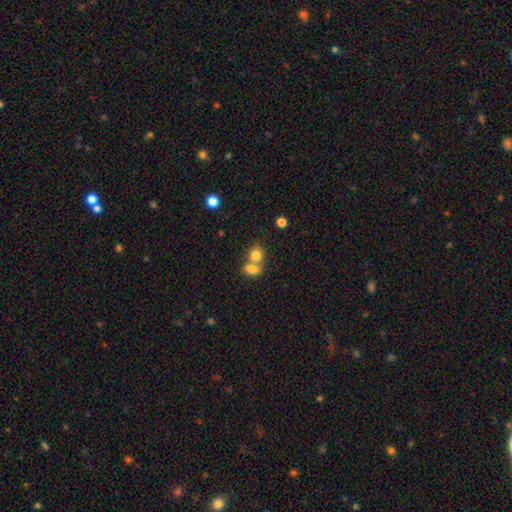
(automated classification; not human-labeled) A smooth galaxy with no disk features (80%) that is round (60%). Merging: merger (60%).